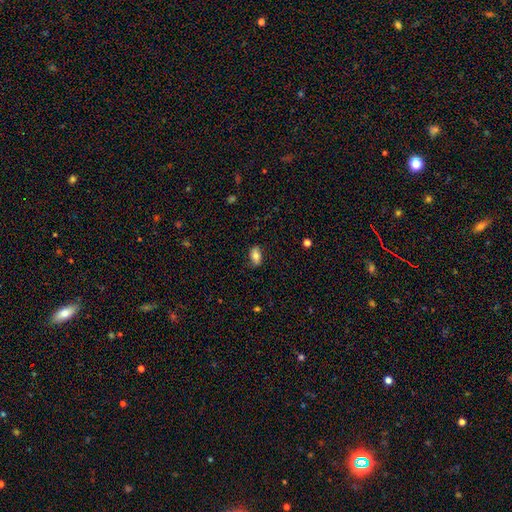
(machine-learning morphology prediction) type=smooth (77%); roundness=in between (90%); merging=none (81%).